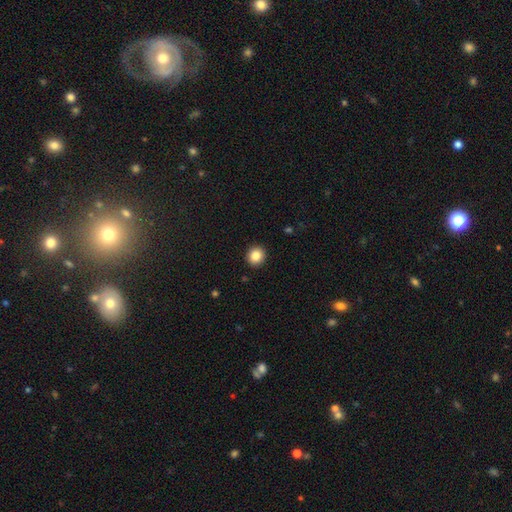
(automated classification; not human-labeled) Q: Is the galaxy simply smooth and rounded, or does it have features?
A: smooth — 86%.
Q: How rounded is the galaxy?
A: round — 87%.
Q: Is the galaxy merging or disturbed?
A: none — 92%.